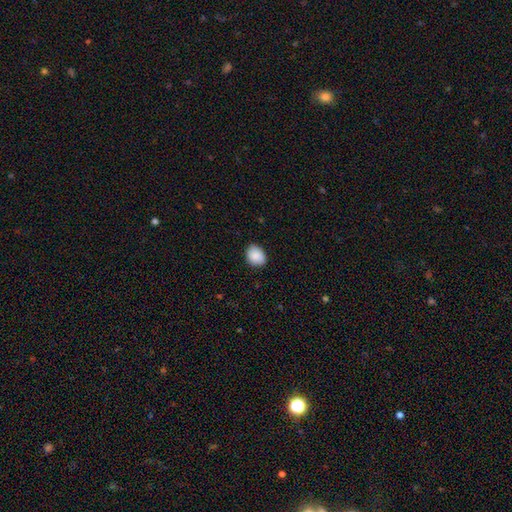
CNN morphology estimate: Smooth or featured? smooth (89%)
How rounded? in between (58%)
Merging? none (84%)